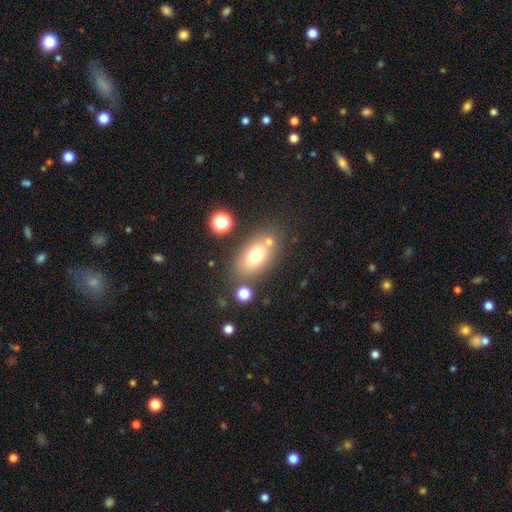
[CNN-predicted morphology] This appears to be a smooth galaxy with no disk features (71%) that is in between round and cigar-shaped (82%). Merging: none (71%).